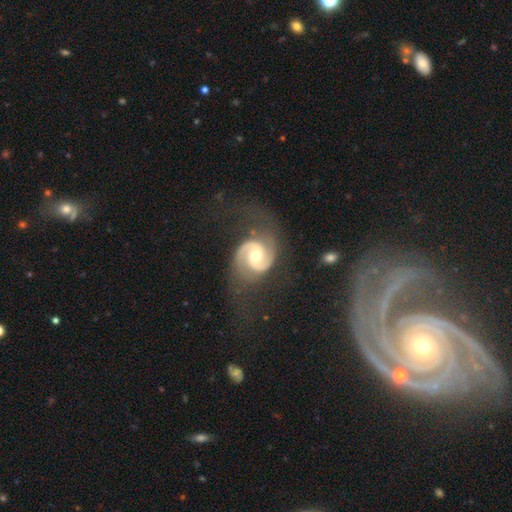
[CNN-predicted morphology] The model was most divided on "bar": no: 52%, weak: 36%, strong: 11%. More confident: edge-on disk — no (98%); spiral arms — yes (98%); spiral arm count — 2 (94%); smooth or featured — featured or disk (92%); bulge size — moderate (72%); merging — none (66%); spiral winding — medium (56%).